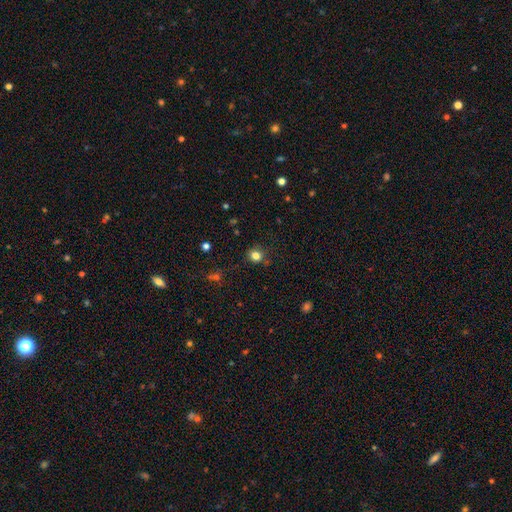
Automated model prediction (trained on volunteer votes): Q: Smooth or featured?
A: smooth (80%); runner-up: star or artifact (15%)
Q: How rounded?
A: round (81%); runner-up: in between (19%)
Q: Merging?
A: none (81%); runner-up: minor disturbance (13%)